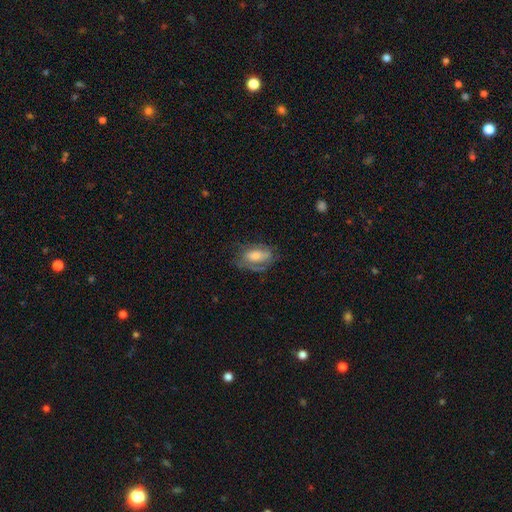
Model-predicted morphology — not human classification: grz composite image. It shows a featured or disk galaxy (51%). Merging: none (60%).